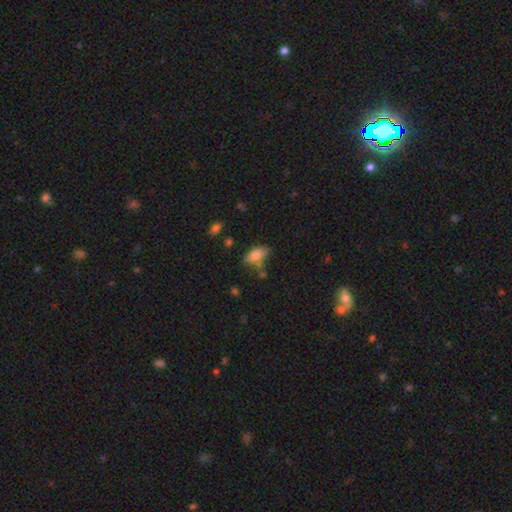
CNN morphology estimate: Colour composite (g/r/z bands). It shows a smooth galaxy with no disk features (79%) that is in between round and cigar-shaped (89%). Merging: none (58%).